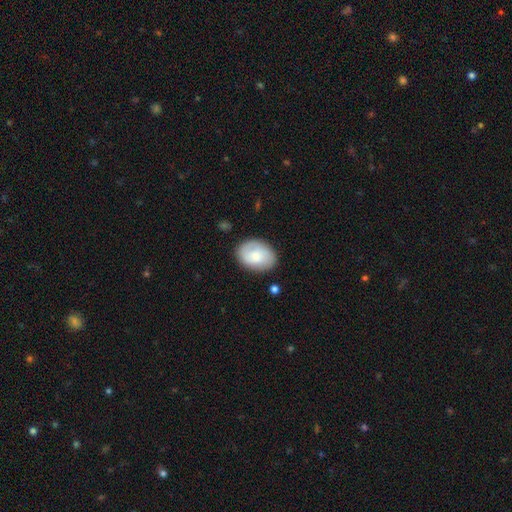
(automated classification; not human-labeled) smooth-or-featured: smooth: 60% | featured or disk: 33% | star or artifact: 7%
  how-rounded: in between: 70% | round: 29% | cigar-shaped: 1%
  merging: none: 81% | minor disturbance: 14% | major disturbance: 4% | merger: 2%